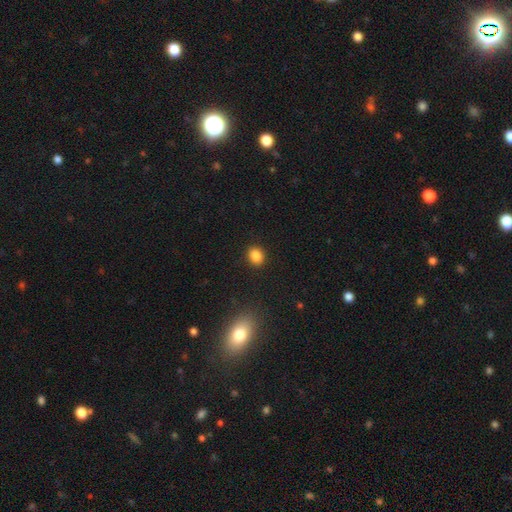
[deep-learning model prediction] This appears to be a smooth galaxy with no disk features (86%) that is round (56%). Merging: none (90%).